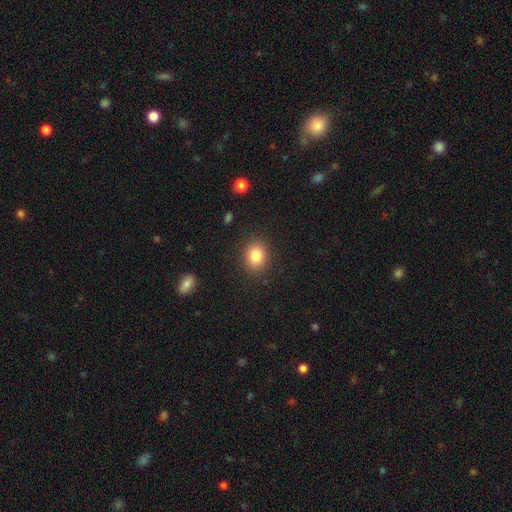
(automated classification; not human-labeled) smooth 84%, star or artifact 10%, featured or disk 6%. Down the decision tree: how rounded — round (59%); merging — none (87%).